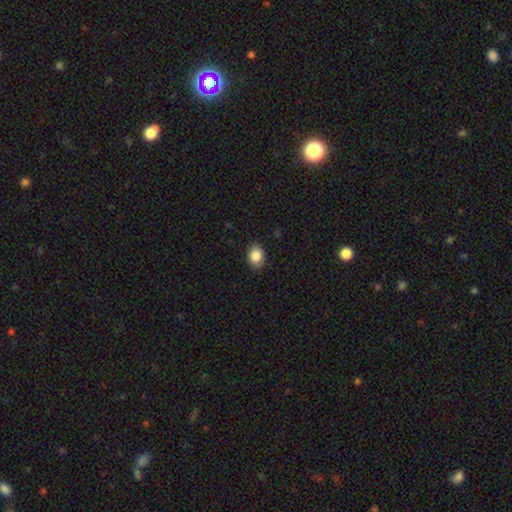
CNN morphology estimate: type=smooth (86%); roundness=in between (59%); merging=none (87%).